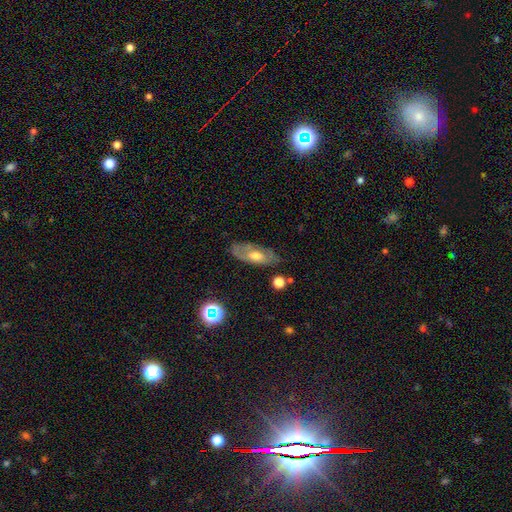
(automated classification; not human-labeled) Smooth or featured? Predicted: featured or disk (p=0.51). Edge-on disk? Predicted: no (p=0.78). Merging? Predicted: none (p=0.73).